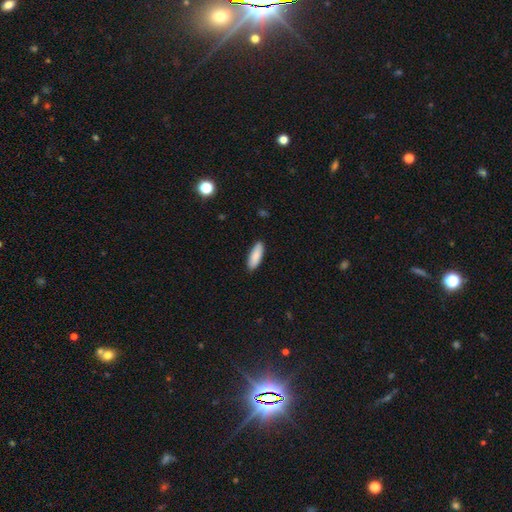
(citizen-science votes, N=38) This appears to be a smooth galaxy with no disk features (84%) that is in between round and cigar-shaped (66%). Merging: none (81%).